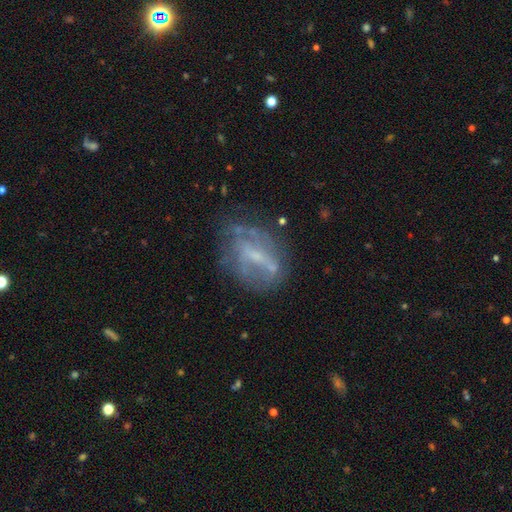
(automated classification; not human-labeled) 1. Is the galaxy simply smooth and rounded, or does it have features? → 65% featured or disk, 23% smooth, 11% star or artifact.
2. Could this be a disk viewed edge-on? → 92% no, 8% yes.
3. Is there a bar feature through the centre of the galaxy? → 40% weak, 33% no, 27% strong.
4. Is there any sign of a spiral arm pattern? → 60% no, 40% yes.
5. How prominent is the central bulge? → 51% small, 25% none, 21% moderate, 2% large, 1% dominant.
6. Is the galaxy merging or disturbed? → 56% none, 23% minor disturbance, 16% major disturbance, 5% merger.